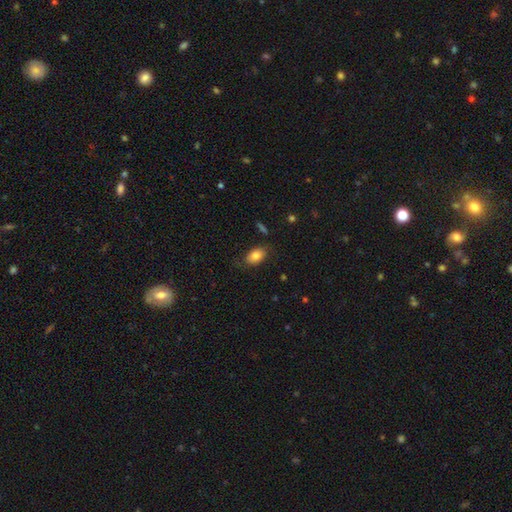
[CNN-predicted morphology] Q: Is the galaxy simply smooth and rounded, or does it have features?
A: smooth — 82%.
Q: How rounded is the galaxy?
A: in between — 89%.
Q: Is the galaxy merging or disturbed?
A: none — 78%.